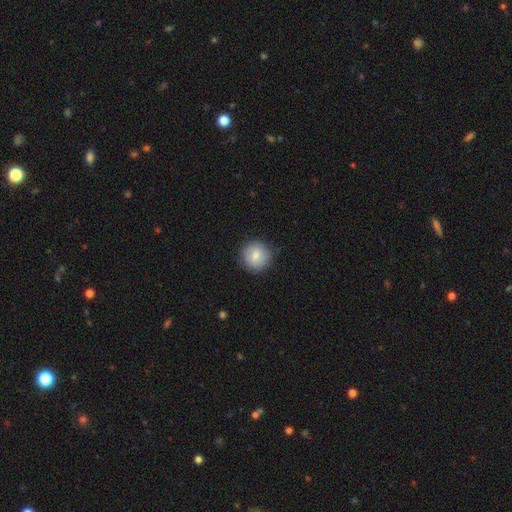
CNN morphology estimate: type=smooth (83%); roundness=round (93%); merging=none (86%).